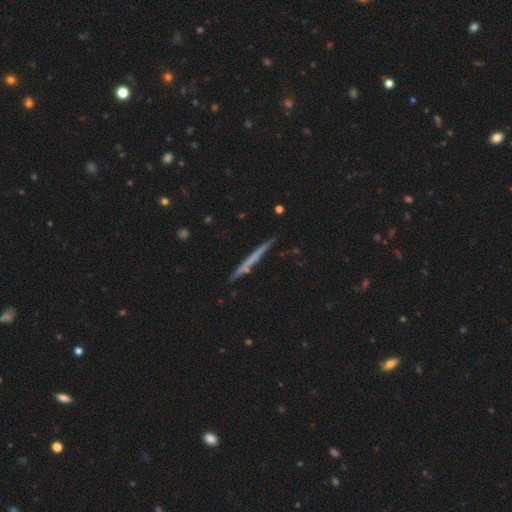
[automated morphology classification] Overall: featured or disk (47%, tied with smooth). Merging: none (89%).